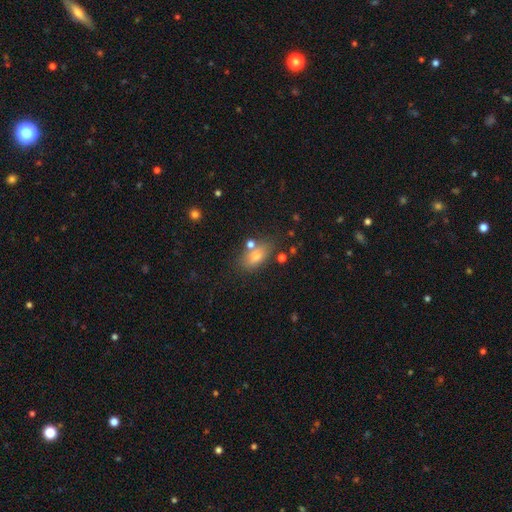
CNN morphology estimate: The model was most divided on "merging": none: 69%, minor disturbance: 14%, merger: 12%, major disturbance: 4%. More confident: how rounded — in between (84%); smooth or featured — smooth (72%).